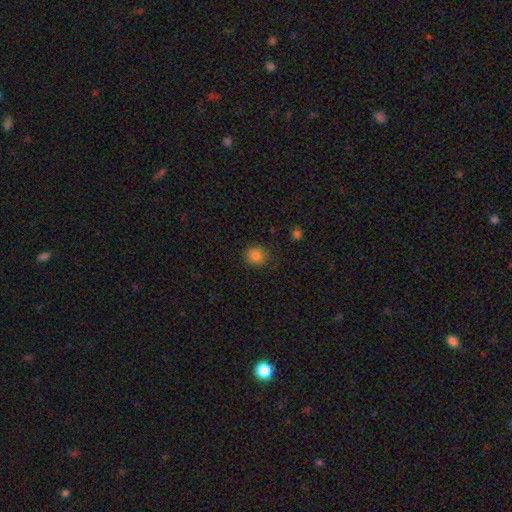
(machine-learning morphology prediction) A smooth galaxy with no disk features (83%) that is round (86%). Merging: none (86%).